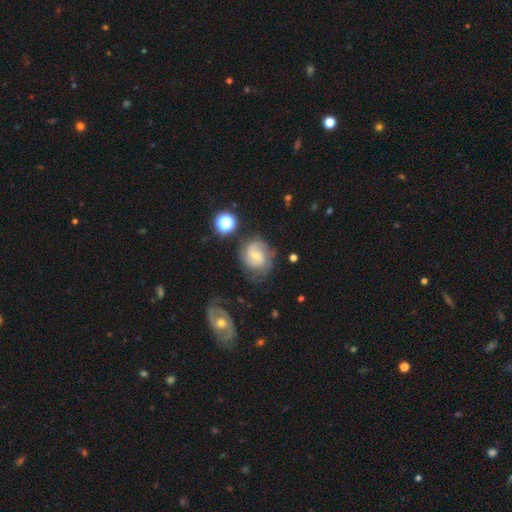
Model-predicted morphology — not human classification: Q: Smooth or featured?
A: featured or disk (72%); runner-up: smooth (19%)
Q: Edge-on disk?
A: no (97%); runner-up: yes (3%)
Q: Bar?
A: no (46%); runner-up: weak (45%)
Q: Spiral arms?
A: yes (92%); runner-up: no (8%)
Q: Spiral winding?
A: tight (46%); runner-up: medium (40%)
Q: Spiral arm count?
A: 2 (52%); runner-up: can't tell (25%)
Q: Bulge size?
A: small (54%); runner-up: moderate (41%)
Q: Merging?
A: none (63%); runner-up: minor disturbance (21%)